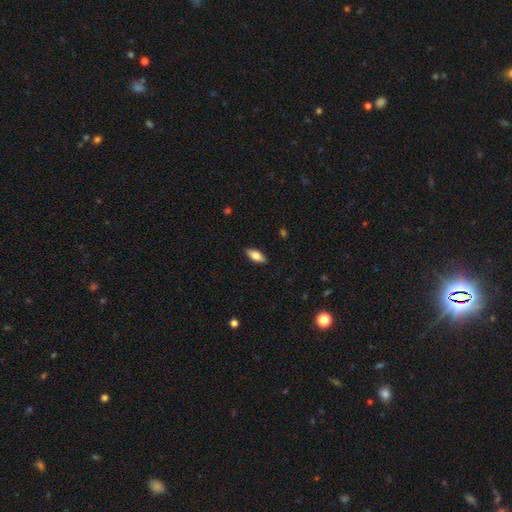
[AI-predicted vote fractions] Smooth or featured? Predicted: smooth (p=0.77). How rounded? Predicted: in between (p=0.82). Merging? Predicted: none (p=0.88).